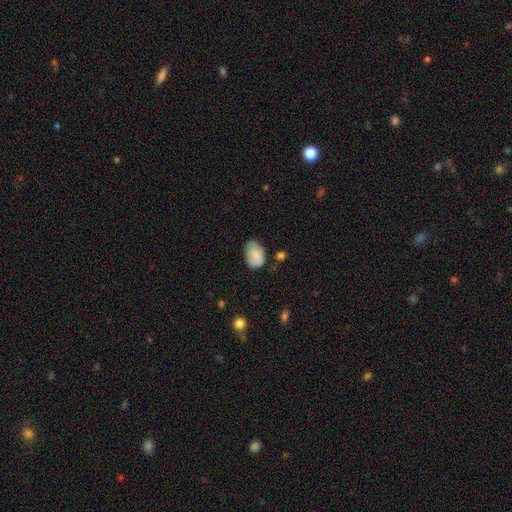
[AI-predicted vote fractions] smooth-or-featured: smooth: 83% | featured or disk: 9% | star or artifact: 7%
  how-rounded: in between: 84% | round: 15% | cigar-shaped: 1%
  merging: none: 56% | minor disturbance: 34% | major disturbance: 8% | merger: 3%